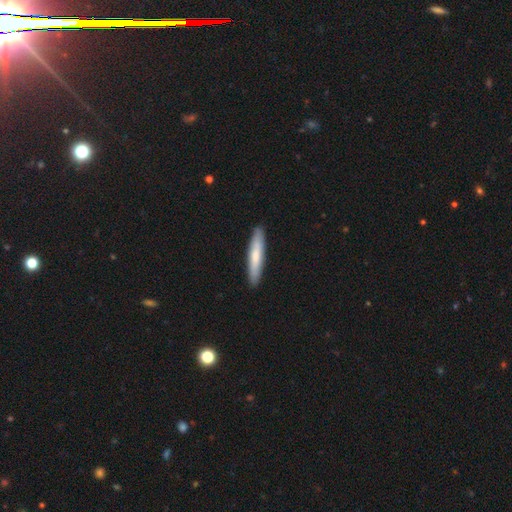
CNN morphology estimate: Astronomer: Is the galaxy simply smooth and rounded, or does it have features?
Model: smooth — 72%.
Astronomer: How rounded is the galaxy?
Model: cigar-shaped — 89%.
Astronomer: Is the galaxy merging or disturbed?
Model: none — 91%.